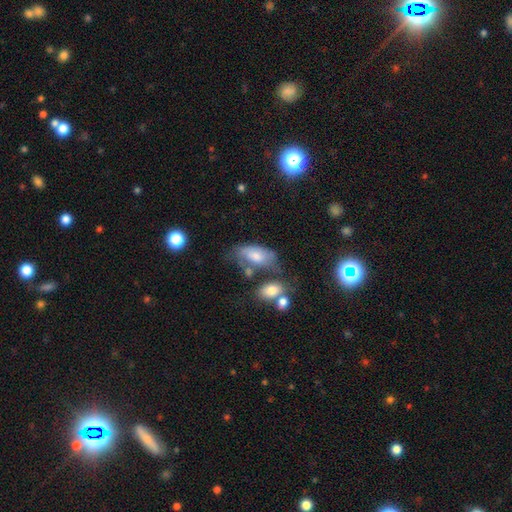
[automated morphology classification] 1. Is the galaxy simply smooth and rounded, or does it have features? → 57% smooth, 32% featured or disk, 12% star or artifact.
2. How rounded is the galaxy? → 89% in between, 6% cigar-shaped, 5% round.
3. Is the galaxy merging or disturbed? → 39% none, 27% minor disturbance, 17% merger, 17% major disturbance.